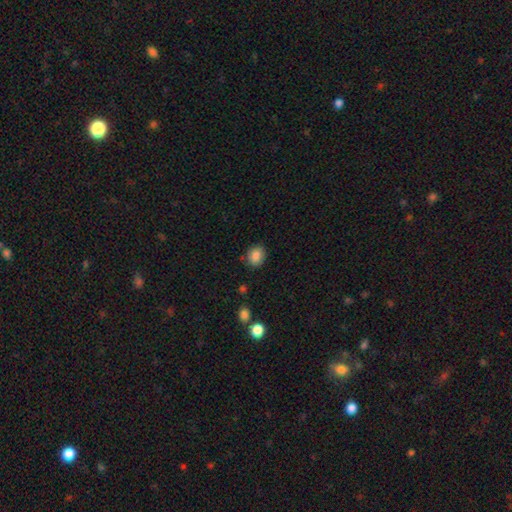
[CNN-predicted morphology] smooth_or_featured: smooth (p=0.86) [alt: star or artifact p=0.09]
how_rounded: round (p=0.61) [alt: in between p=0.38]
merging: none (p=0.83) [alt: minor disturbance p=0.12]